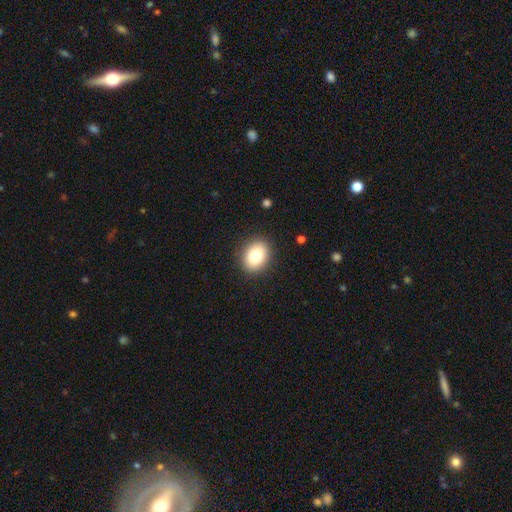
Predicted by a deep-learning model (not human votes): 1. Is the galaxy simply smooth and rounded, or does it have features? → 80% smooth, 11% featured or disk, 9% star or artifact.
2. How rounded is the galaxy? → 58% in between, 41% round, 1% cigar-shaped.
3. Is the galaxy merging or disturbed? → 89% none, 8% minor disturbance, 2% major disturbance, 1% merger.